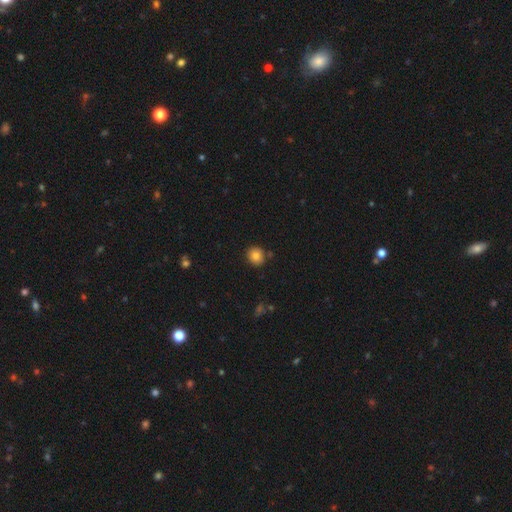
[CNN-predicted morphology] This appears to be a smooth galaxy with no disk features (83%) that is round (80%). Merging: none (83%).